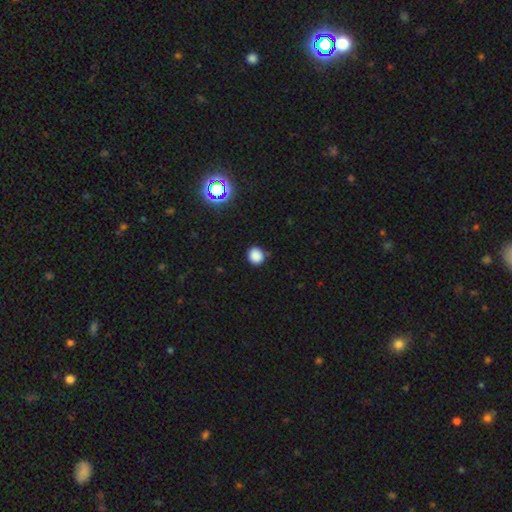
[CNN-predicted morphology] smooth_or_featured: smooth (p=0.84) [alt: star or artifact p=0.13]
how_rounded: round (p=0.86) [alt: in between p=0.13]
merging: none (p=0.85) [alt: minor disturbance p=0.11]